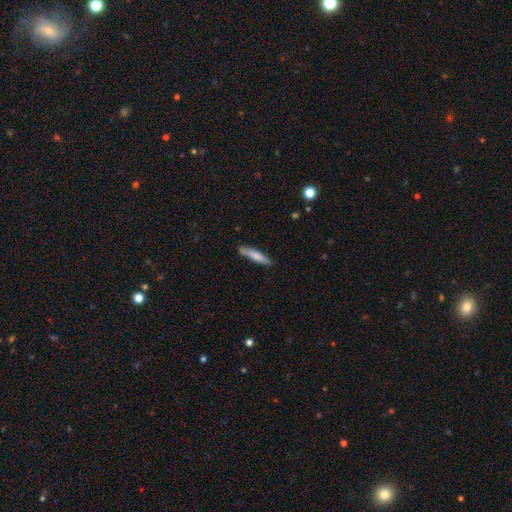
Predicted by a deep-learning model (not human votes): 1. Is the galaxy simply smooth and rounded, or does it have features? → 74% smooth, 20% featured or disk, 6% star or artifact.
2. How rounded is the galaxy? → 85% cigar-shaped, 14% in between, 1% round.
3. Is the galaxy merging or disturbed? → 81% none, 14% minor disturbance, 3% major disturbance, 2% merger.